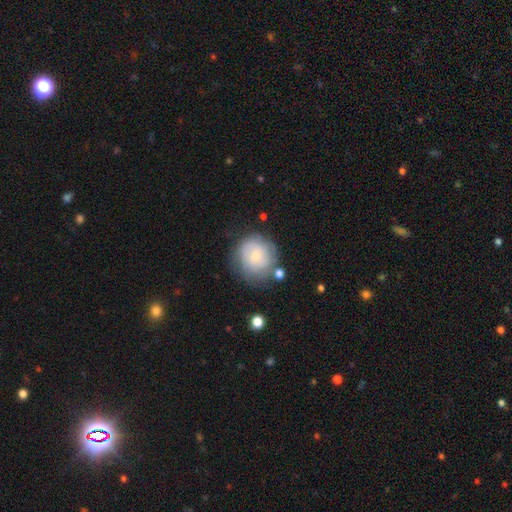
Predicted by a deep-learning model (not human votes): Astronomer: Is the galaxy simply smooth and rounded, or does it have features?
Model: smooth — 51% (runner-up: featured or disk, 41%).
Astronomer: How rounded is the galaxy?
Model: round — 87%.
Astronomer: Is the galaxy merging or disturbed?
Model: none — 69%.